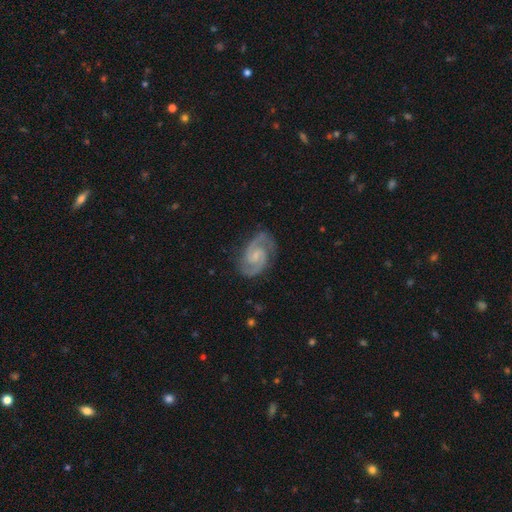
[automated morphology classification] This is clearly a featured or disk galaxy (92%). It is clearly not viewed edge-on (98%). Bar: possibly weak (50%). Spiral arm pattern: clearly yes (98%). Spiral arm count: clearly 2 (94%). Spiral winding: possibly medium (58%). Central bulge: possibly small (52%). Merging: clearly none (82%).